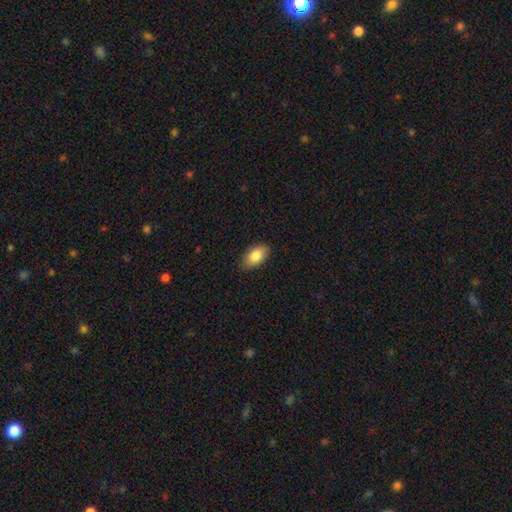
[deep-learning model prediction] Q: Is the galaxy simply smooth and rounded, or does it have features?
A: smooth — 86%.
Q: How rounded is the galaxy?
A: in between — 94%.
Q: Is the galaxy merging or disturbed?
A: none — 85%.